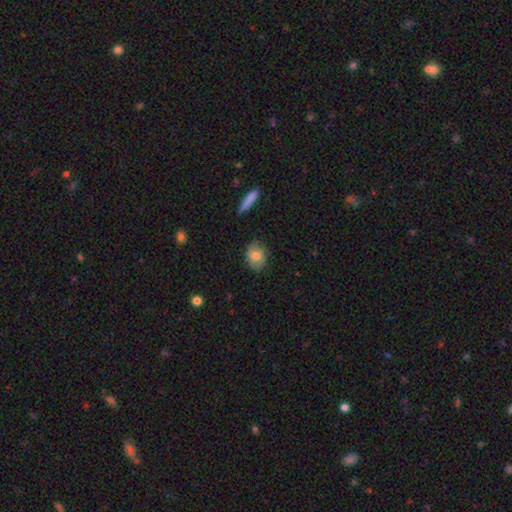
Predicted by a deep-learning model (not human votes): A smooth galaxy with no disk features (70%) that is in between round and cigar-shaped (59%). Merging: none (77%).